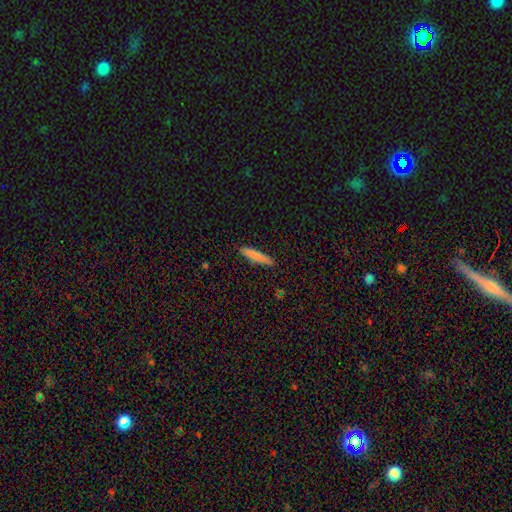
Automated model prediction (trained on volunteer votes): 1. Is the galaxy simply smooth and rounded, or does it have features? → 80% smooth, 13% featured or disk, 7% star or artifact.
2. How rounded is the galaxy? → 90% cigar-shaped, 9% in between, 1% round.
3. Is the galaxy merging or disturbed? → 90% none, 8% minor disturbance, 2% major disturbance, 1% merger.